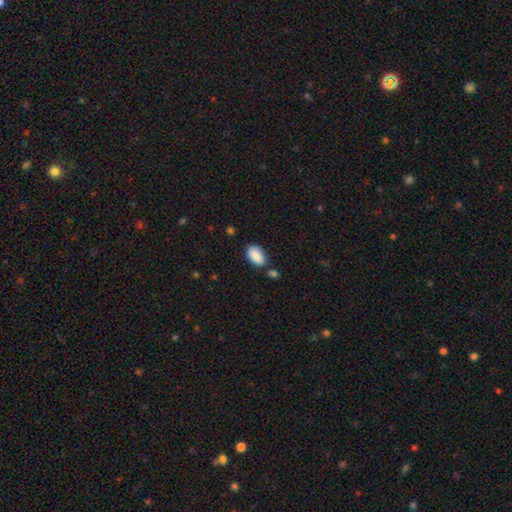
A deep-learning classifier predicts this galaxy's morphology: smooth 89%, star or artifact 7%, featured or disk 5%. Down the decision tree: how rounded — in between (93%); merging — none (72%).